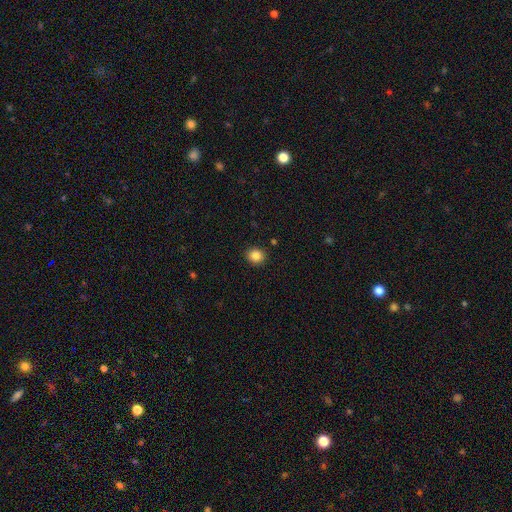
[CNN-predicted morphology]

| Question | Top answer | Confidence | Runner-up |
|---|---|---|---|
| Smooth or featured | smooth | 85% | star or artifact (10%) |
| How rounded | round | 79% | in between (20%) |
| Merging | none | 91% | minor disturbance (6%) |